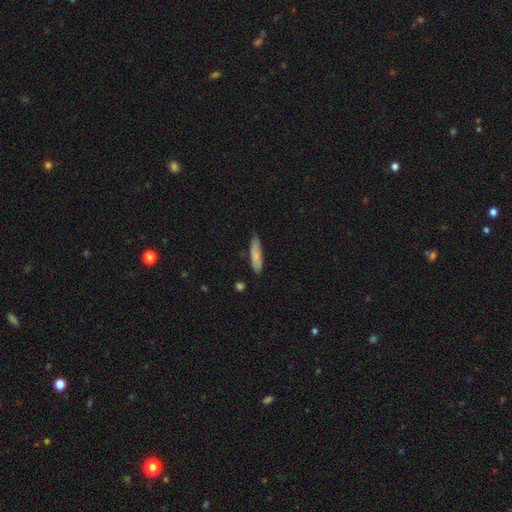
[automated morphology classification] The model was most divided on "how rounded": cigar-shaped: 68%, in between: 31%, round: 2%. More confident: smooth or featured — smooth (77%); merging — none (71%).